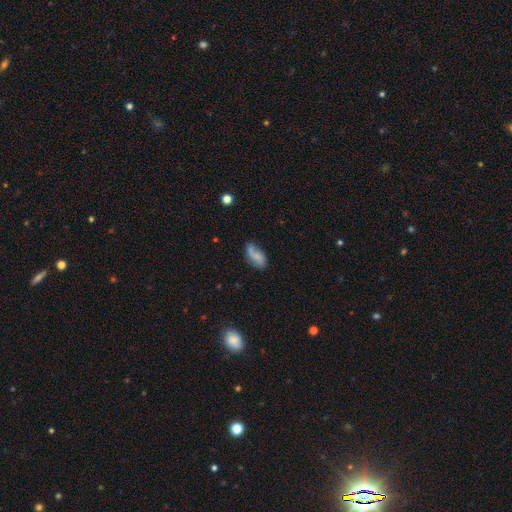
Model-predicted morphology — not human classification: This appears to be a smooth galaxy with no disk features (64%) that is in between round and cigar-shaped (89%). Merging: none (53%).